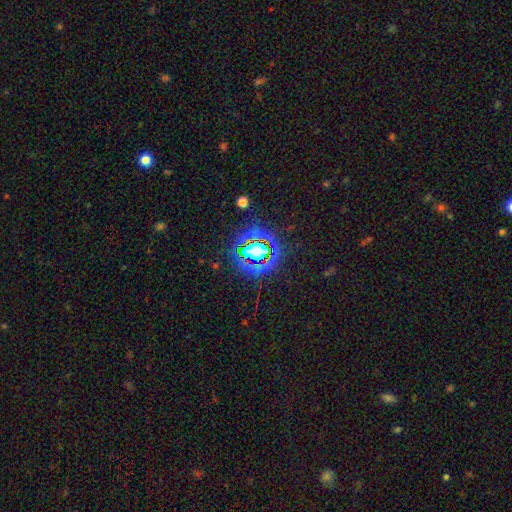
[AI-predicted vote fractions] Overall: star or artifact (79%).